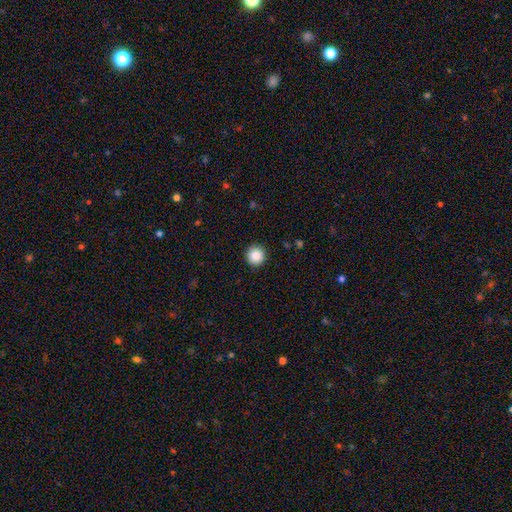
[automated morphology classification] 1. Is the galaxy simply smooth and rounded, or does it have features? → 87% smooth, 9% star or artifact, 3% featured or disk.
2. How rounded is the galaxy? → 96% round, 3% in between, 1% cigar-shaped.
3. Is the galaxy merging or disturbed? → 93% none, 5% minor disturbance, 2% major disturbance, 1% merger.